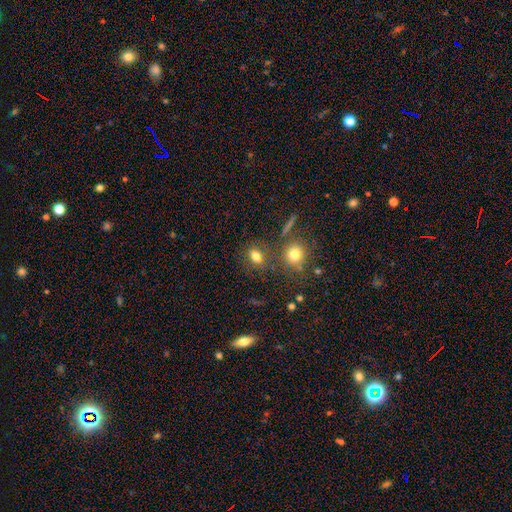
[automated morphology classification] A smooth galaxy with no disk features (76%) that is in between round and cigar-shaped (66%).

Vote fractions:
- Smooth or featured? smooth: 76% / star or artifact: 14% / featured or disk: 9%
- How rounded? in between: 66% / round: 31% / cigar-shaped: 3%
- Merging? none: 71% / minor disturbance: 13% / merger: 11% / major disturbance: 5%